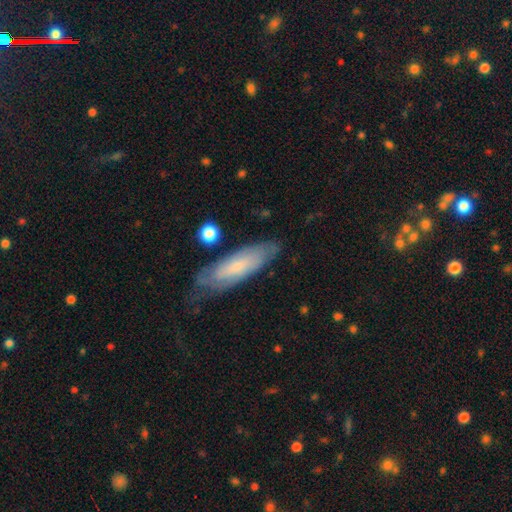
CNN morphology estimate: Smooth or featured?
  - smooth: 53% *
  - featured or disk: 41%
  - star or artifact: 7%
How rounded?
  - cigar-shaped: 50% *
  - in between: 49%
  - round: 2%
Merging?
  - none: 68% *
  - minor disturbance: 22%
  - major disturbance: 7%
  - merger: 3%